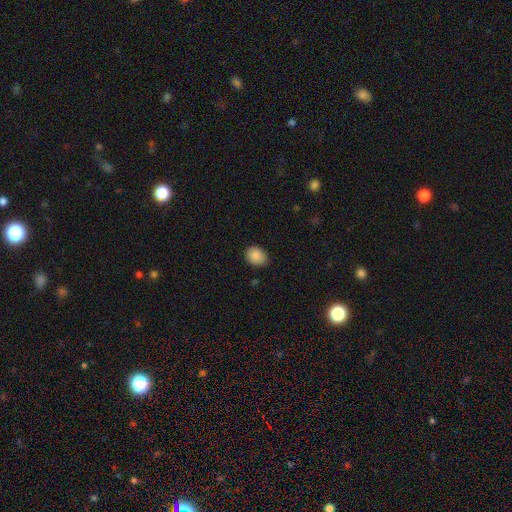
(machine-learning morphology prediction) Smooth or featured? smooth (88%)
How rounded? in between (51%)
Merging? none (84%)